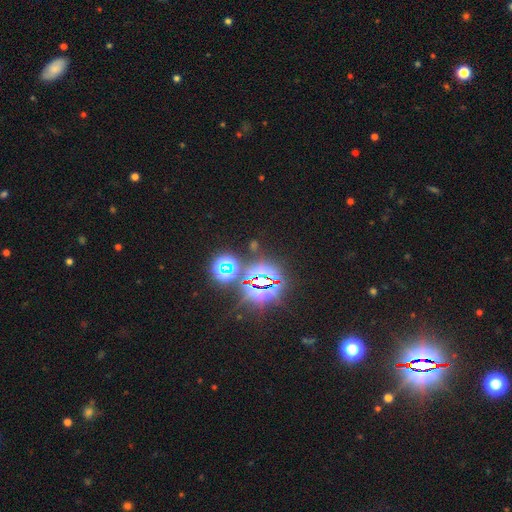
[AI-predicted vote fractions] Overall: star or artifact (81%).